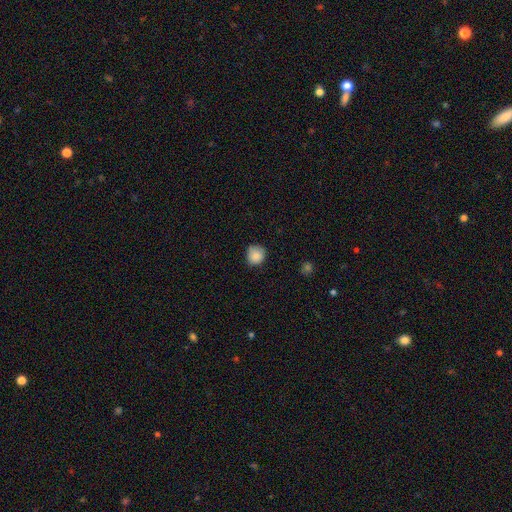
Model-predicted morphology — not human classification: smooth_or_featured: smooth (p=0.86) [alt: star or artifact p=0.09]
how_rounded: round (p=0.89) [alt: in between p=0.10]
merging: none (p=0.80) [alt: minor disturbance p=0.16]